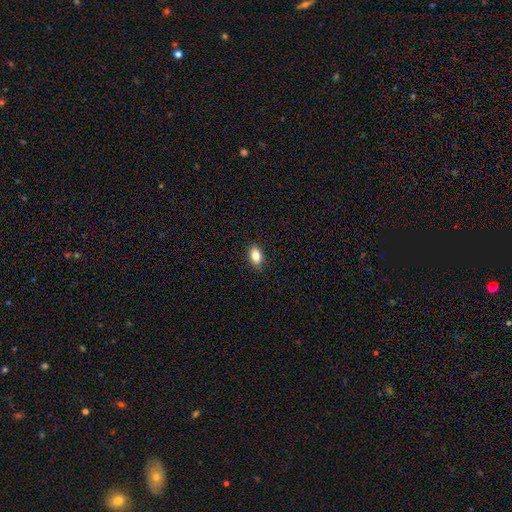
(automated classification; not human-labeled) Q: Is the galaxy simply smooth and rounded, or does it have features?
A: smooth — 83%.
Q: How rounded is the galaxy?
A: in between — 87%.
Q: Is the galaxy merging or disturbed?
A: none — 87%.